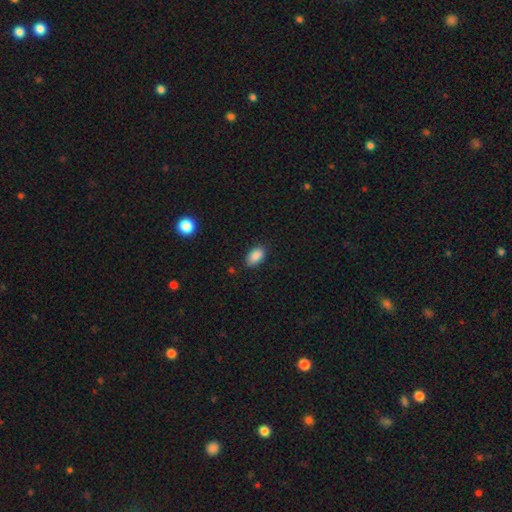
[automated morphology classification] type=smooth (88%); roundness=in between (92%); merging=none (83%).